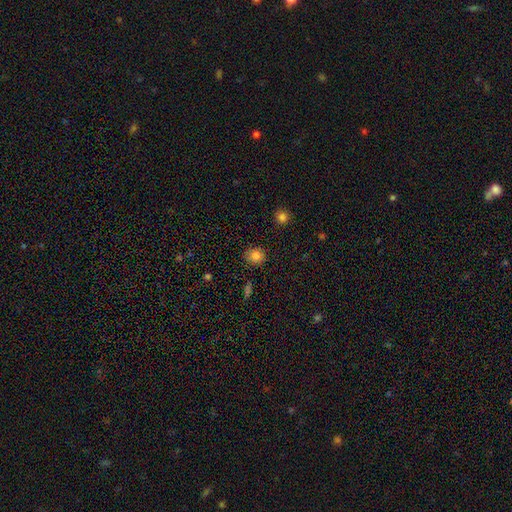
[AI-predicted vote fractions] Smooth or featured?
  - smooth: 83% *
  - star or artifact: 11%
  - featured or disk: 6%
How rounded?
  - round: 81% *
  - in between: 18%
  - cigar-shaped: 1%
Merging?
  - none: 86% *
  - minor disturbance: 10%
  - major disturbance: 2%
  - merger: 1%